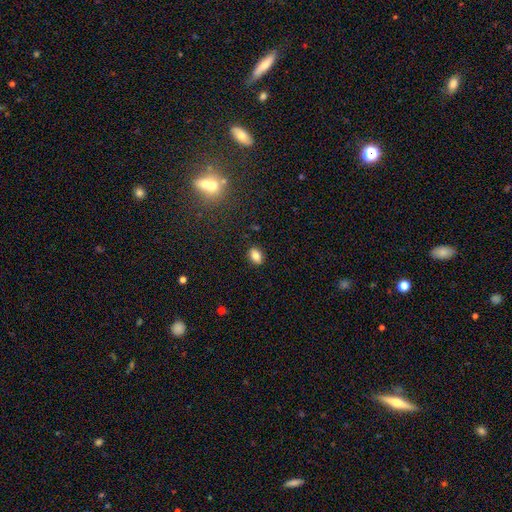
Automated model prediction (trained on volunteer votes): Morphology: type=smooth (81%); roundness=in between (80%); merging=none (87%).